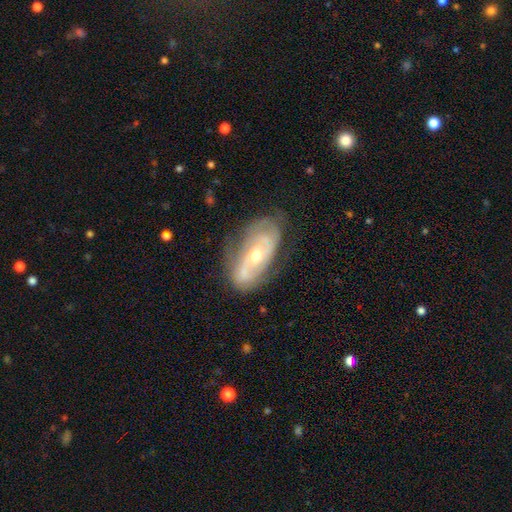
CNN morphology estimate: This is likely a featured or disk galaxy (76%). It is clearly not viewed edge-on (91%). Bar: possibly no (57%). Spiral arm pattern: likely yes (78%). Spiral arm count: possibly 2 (51%). Spiral winding: possibly tight (45%). Central bulge: likely moderate (66%). Merging: likely none (64%).